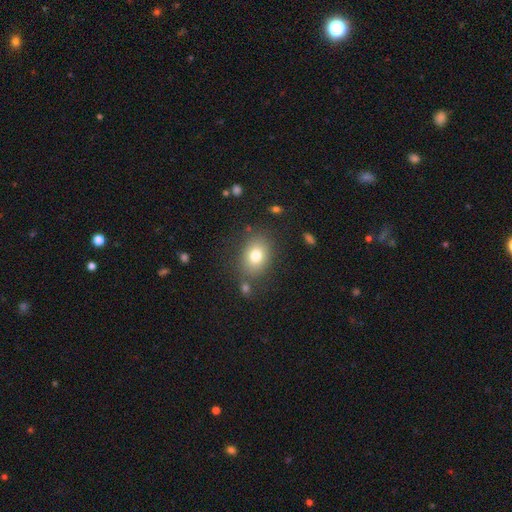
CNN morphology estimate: smooth-or-featured: smooth: 78% | featured or disk: 11% | star or artifact: 11%
  how-rounded: in between: 66% | round: 33% | cigar-shaped: 1%
  merging: none: 79% | minor disturbance: 12% | merger: 5% | major disturbance: 5%